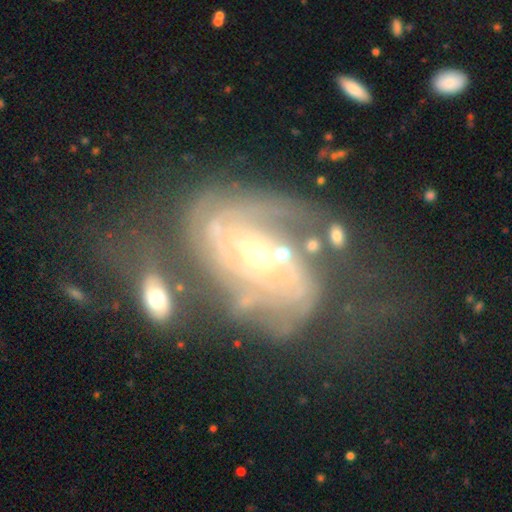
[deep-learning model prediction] featured or disk 84%, smooth 9%, star or artifact 8%. Down the decision tree: edge-on disk — no (96%); bar — no (53%); spiral arms — yes (90%); spiral arm count — can't tell (38%); spiral winding — tight (52%); bulge size — small (52%); merging — none (35%).